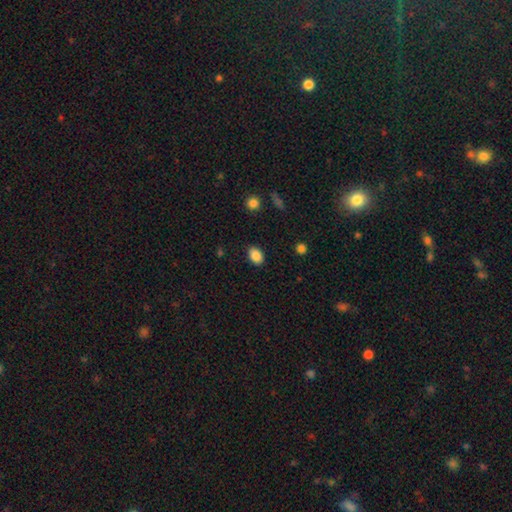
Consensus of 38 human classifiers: This is clearly a smooth galaxy (89%). How rounded: likely in between (71%). Merging: clearly none (81%).